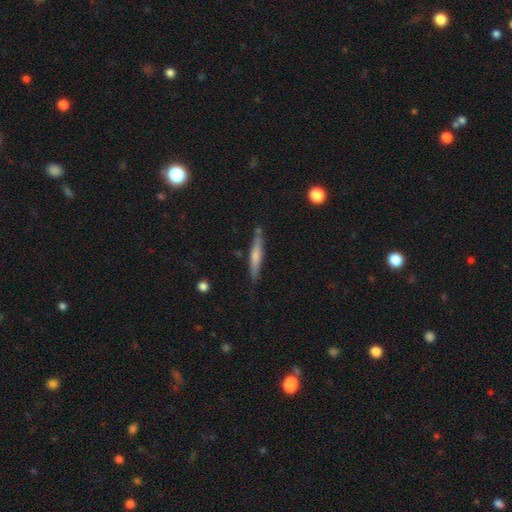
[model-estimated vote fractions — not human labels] Q: Smooth or featured?
A: smooth (57%); runner-up: featured or disk (37%)
Q: How rounded?
A: cigar-shaped (91%); runner-up: in between (7%)
Q: Merging?
A: none (80%); runner-up: minor disturbance (13%)